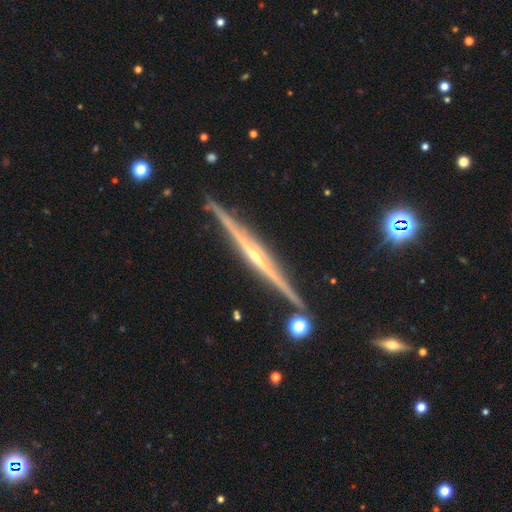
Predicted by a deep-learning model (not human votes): A featured or disk galaxy (86%) viewed edge-on (98%) with a rounded central bulge (63%).

Vote fractions:
- Smooth or featured? featured or disk: 86% / smooth: 8% / star or artifact: 6%
- Edge-on disk? yes: 98% / no: 2%
- Edge-on bulge? rounded: 63% / none: 30% / boxy: 7%
- Merging? none: 88% / minor disturbance: 8% / merger: 2% / major disturbance: 2%